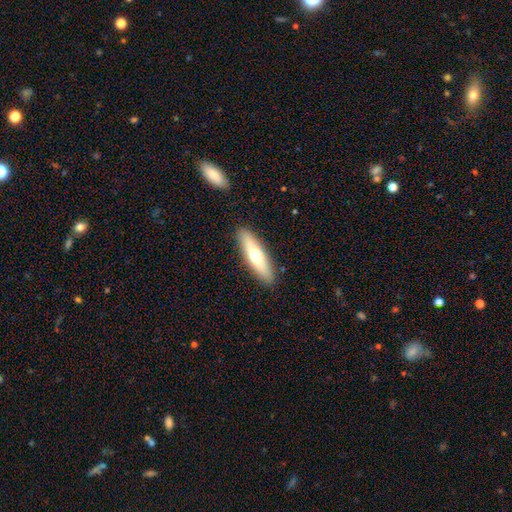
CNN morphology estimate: A smooth galaxy with no disk features (57%) that is cigar-shaped (67%). Merging: none (89%).